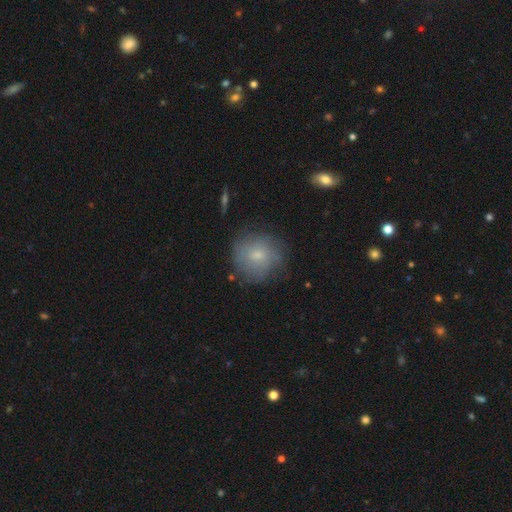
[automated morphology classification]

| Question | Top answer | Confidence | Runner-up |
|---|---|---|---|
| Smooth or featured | smooth | 64% | featured or disk (26%) |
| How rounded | round | 89% | in between (10%) |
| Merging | none | 74% | minor disturbance (18%) |